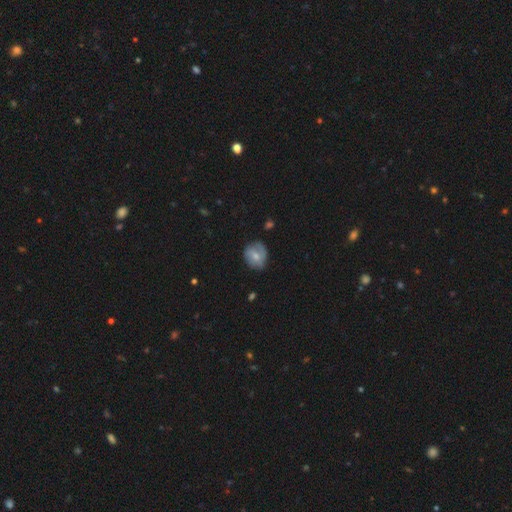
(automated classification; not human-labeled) smooth_or_featured: smooth (p=0.53) [alt: featured or disk p=0.39]
how_rounded: round (p=0.65) [alt: in between p=0.34]
merging: none (p=0.61) [alt: minor disturbance p=0.28]